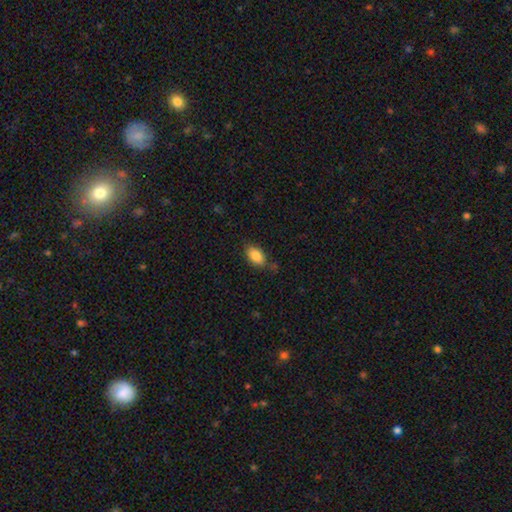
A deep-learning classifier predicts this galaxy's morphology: Smooth or featured? Predicted: smooth (p=0.86). How rounded? Predicted: in between (p=0.92). Merging? Predicted: none (p=0.73).